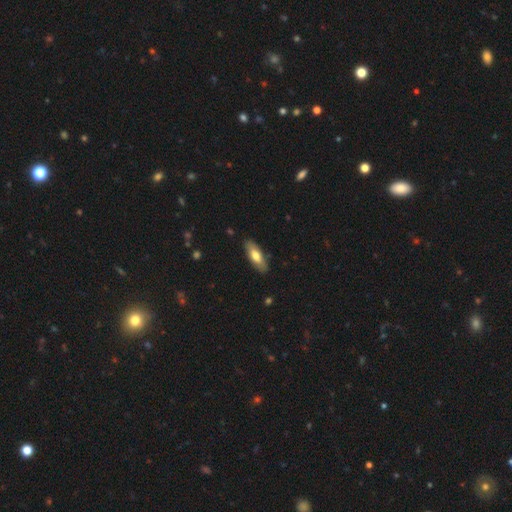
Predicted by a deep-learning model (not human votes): This appears to be a smooth galaxy with no disk features (67%) that is in between round and cigar-shaped (72%). Merging: none (85%).